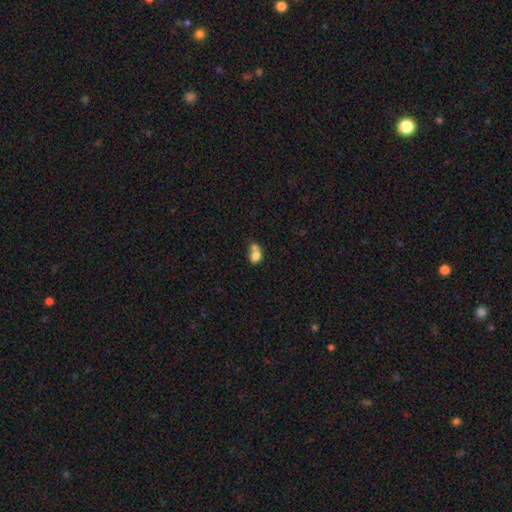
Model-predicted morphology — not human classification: A smooth galaxy with no disk features (75%) that is in between round and cigar-shaped (56%). Merging: merger (61%).